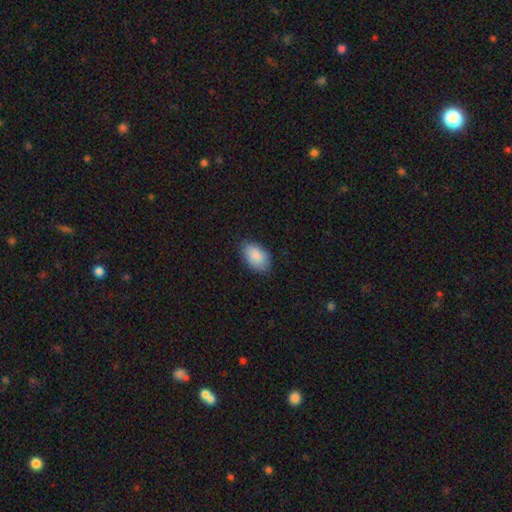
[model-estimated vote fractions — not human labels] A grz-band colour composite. It shows a smooth galaxy with no disk features (89%) that is in between round and cigar-shaped (92%). Merging: none (81%).